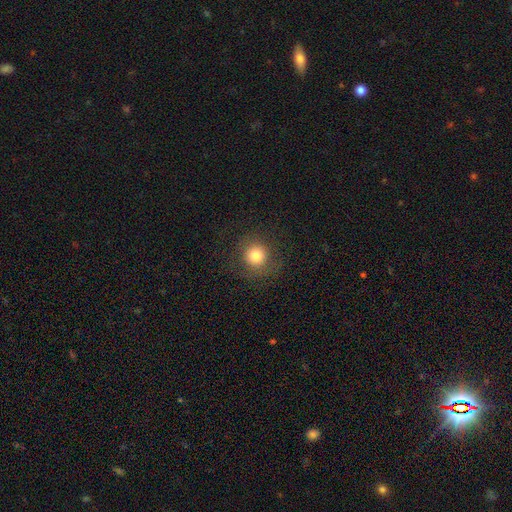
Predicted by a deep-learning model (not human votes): Smooth or featured? smooth (78%)
How rounded? round (94%)
Merging? none (85%)